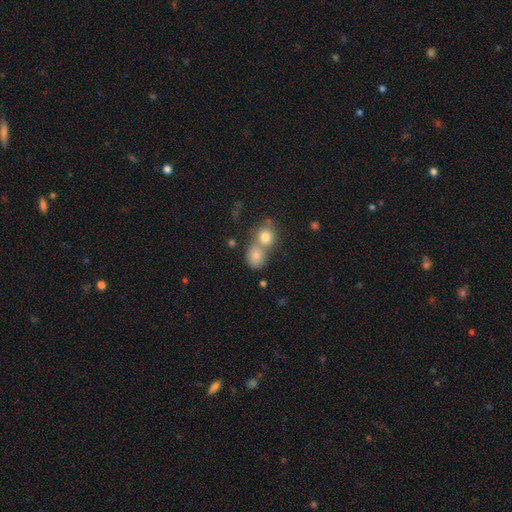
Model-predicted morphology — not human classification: type=smooth (80%); roundness=round (61%); merging=merger (54%).